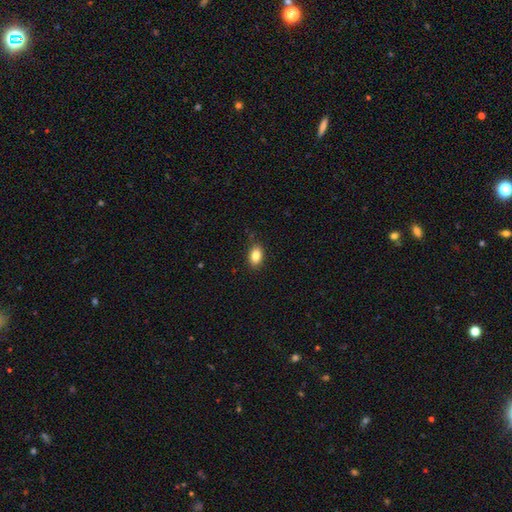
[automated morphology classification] This appears to be a smooth galaxy with no disk features (84%) that is in between round and cigar-shaped (84%). Merging: none (85%).